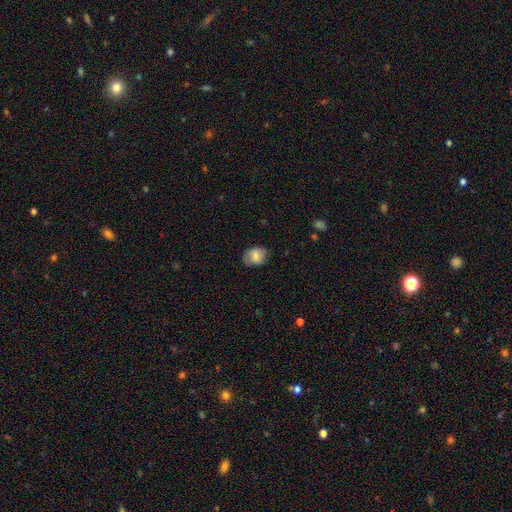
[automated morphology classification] Smooth or featured? Predicted: smooth (p=0.78). How rounded? Predicted: in between (p=0.65). Merging? Predicted: none (p=0.77).